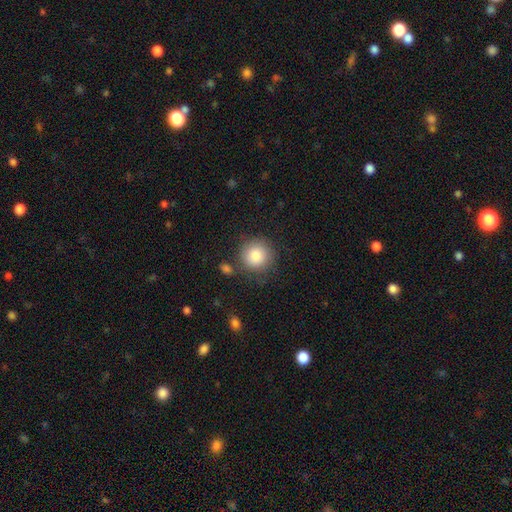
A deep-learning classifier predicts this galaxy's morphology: smooth 84%, star or artifact 8%, featured or disk 8%. Down the decision tree: how rounded — round (92%); merging — none (78%).